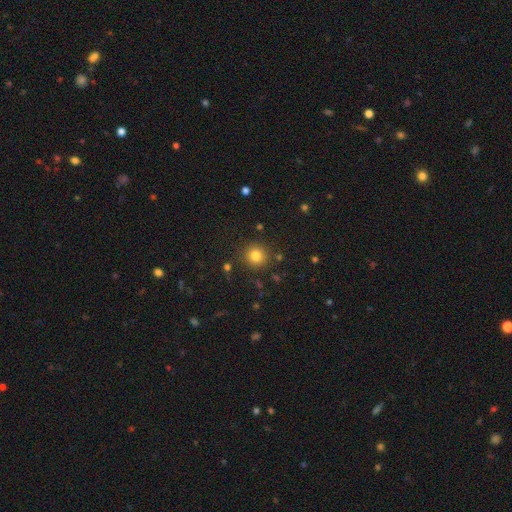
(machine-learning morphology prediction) A smooth galaxy with no disk features (81%) that is round (93%).

Vote fractions:
- Smooth or featured? smooth: 81% / star or artifact: 13% / featured or disk: 6%
- How rounded? round: 93% / in between: 6% / cigar-shaped: 1%
- Merging? none: 88% / minor disturbance: 7% / major disturbance: 3% / merger: 2%